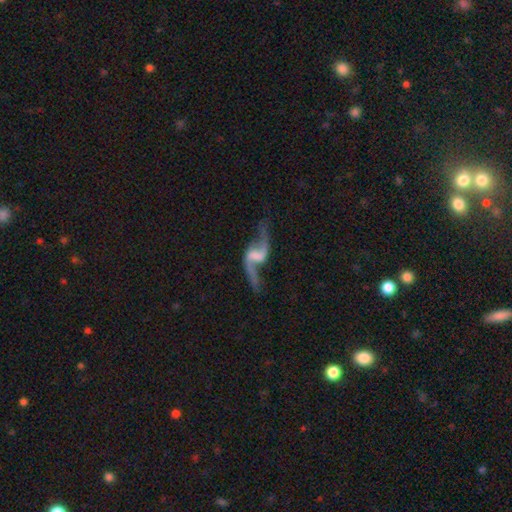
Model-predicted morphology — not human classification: The model was most divided on "bar": weak: 44%, strong: 34%, no: 23%. More confident: edge-on disk — no (96%); spiral arms — yes (95%); spiral arm count — 2 (93%); spiral winding — loose (90%); smooth or featured — featured or disk (88%); merging — none (66%); bulge size — none (61%).